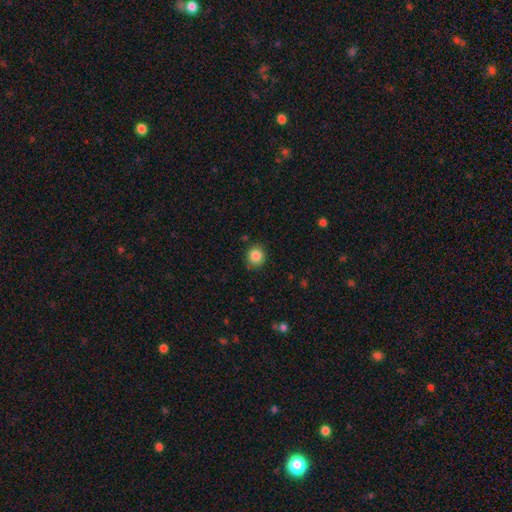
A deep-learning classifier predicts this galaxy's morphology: Smooth or featured: smooth — 85% (star or artifact — 10%)
How rounded: round — 89% (in between — 10%)
Merging: none — 87% (minor disturbance — 9%)